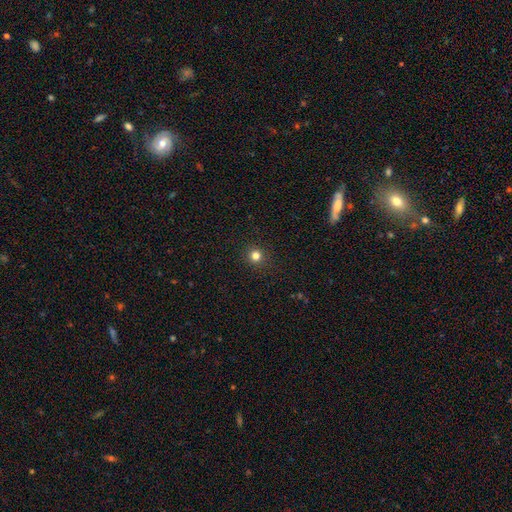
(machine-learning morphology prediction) smooth 80%, star or artifact 15%, featured or disk 5%. Down the decision tree: how rounded — round (94%); merging — none (92%).